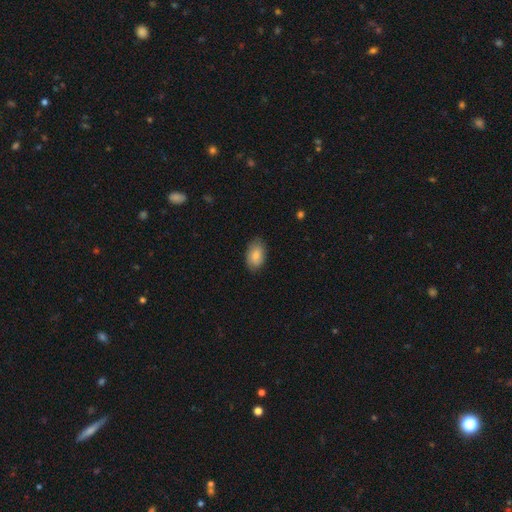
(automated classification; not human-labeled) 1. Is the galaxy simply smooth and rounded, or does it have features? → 82% smooth, 11% featured or disk, 7% star or artifact.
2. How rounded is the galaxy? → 91% in between, 8% round, 1% cigar-shaped.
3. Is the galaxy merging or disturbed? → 79% none, 17% minor disturbance, 3% major disturbance, 1% merger.